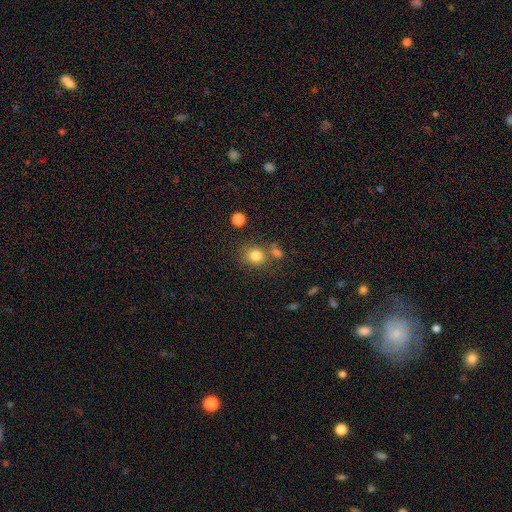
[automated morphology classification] The model was most divided on "how rounded": round: 72%, in between: 27%, cigar-shaped: 1%. More confident: smooth or featured — smooth (81%); merging — none (67%).